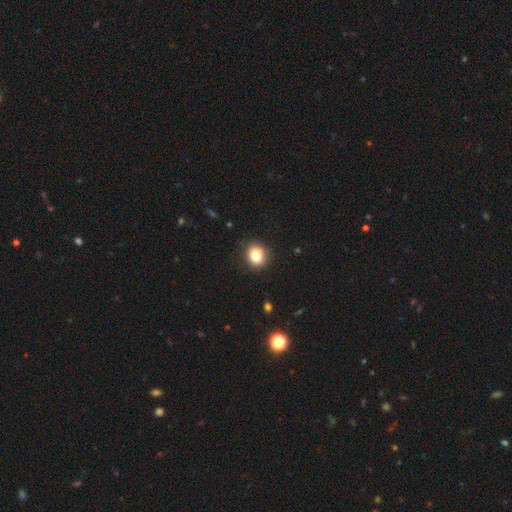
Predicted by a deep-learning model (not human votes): smooth-or-featured: smooth: 82% | star or artifact: 11% | featured or disk: 7%
  how-rounded: round: 67% | in between: 32% | cigar-shaped: 1%
  merging: none: 87% | minor disturbance: 10% | major disturbance: 2% | merger: 1%